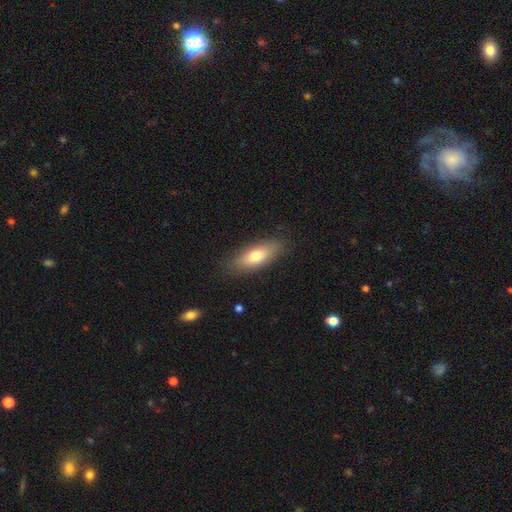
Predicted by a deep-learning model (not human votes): Smooth or featured?
  - smooth: 73% *
  - featured or disk: 20%
  - star or artifact: 7%
How rounded?
  - in between: 72% *
  - cigar-shaped: 25%
  - round: 3%
Merging?
  - none: 85% *
  - minor disturbance: 11%
  - major disturbance: 3%
  - merger: 1%